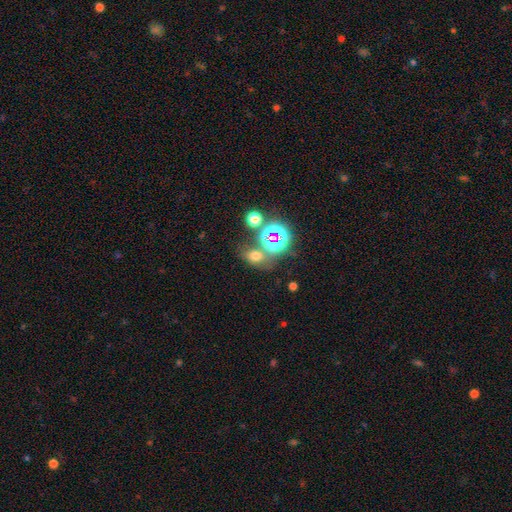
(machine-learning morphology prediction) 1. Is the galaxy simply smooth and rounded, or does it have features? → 57% smooth, 32% star or artifact, 10% featured or disk.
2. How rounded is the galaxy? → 56% in between, 42% round, 2% cigar-shaped.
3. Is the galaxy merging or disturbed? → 60% none, 21% merger, 13% minor disturbance, 6% major disturbance.